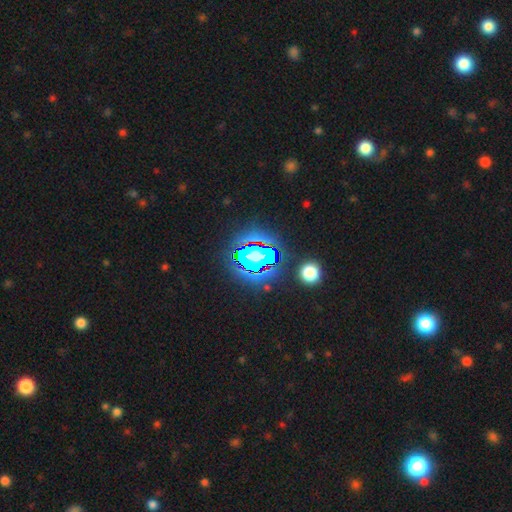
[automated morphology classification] Overall: star or artifact (60%; smooth 23%).